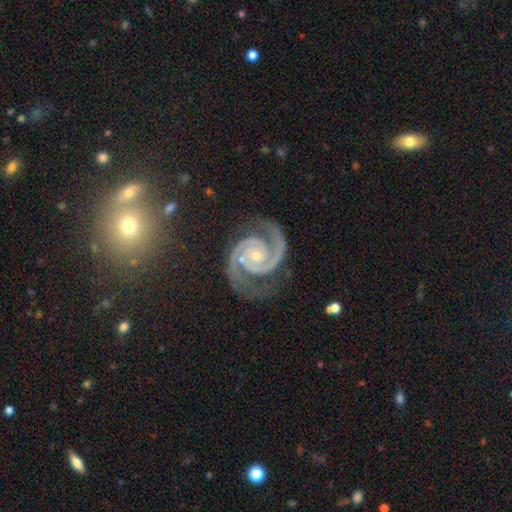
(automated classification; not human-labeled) Smooth or featured?
  - featured or disk: 93% *
  - star or artifact: 5%
  - smooth: 2%
Edge-on disk?
  - no: 98% *
  - yes: 2%
Bar?
  - no: 73% *
  - weak: 18%
  - strong: 9%
Spiral arms?
  - yes: 99% *
  - no: 1%
Spiral winding?
  - tight: 58% *
  - medium: 38%
  - loose: 4%
Spiral arm count?
  - 2: 93% *
  - 3: 3%
  - can't tell: 1%
  - 1: 1%
  - 4: 1%
  - more than 4: 1%
Bulge size?
  - small: 70% *
  - moderate: 26%
  - none: 2%
  - large: 1%
  - dominant: 1%
Merging?
  - none: 80% *
  - minor disturbance: 14%
  - major disturbance: 5%
  - merger: 2%